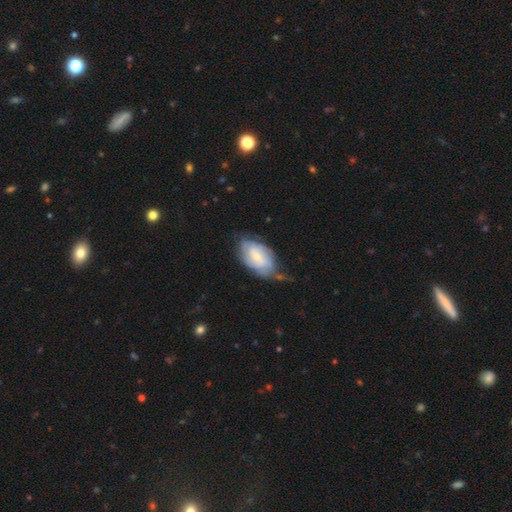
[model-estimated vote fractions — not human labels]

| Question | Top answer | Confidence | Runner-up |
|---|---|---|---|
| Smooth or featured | featured or disk | 59% | smooth (34%) |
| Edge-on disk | no | 96% | yes (4%) |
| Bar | no | 49% | weak (42%) |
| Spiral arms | yes | 85% | no (15%) |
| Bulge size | small | 63% | moderate (28%) |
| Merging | none | 54% | minor disturbance (30%) |